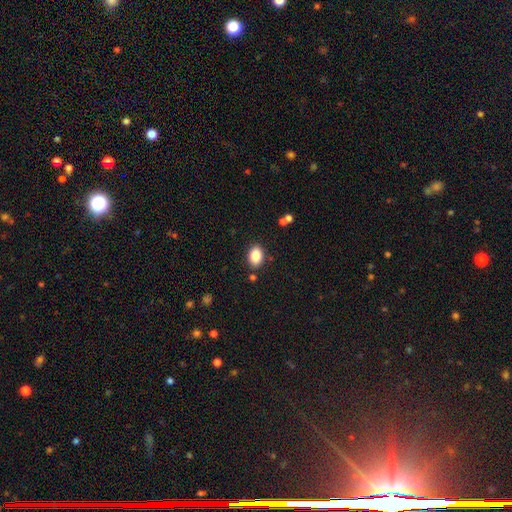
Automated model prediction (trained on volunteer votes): The model was most divided on "how rounded": in between: 78%, round: 21%, cigar-shaped: 1%. More confident: smooth or featured — smooth (86%); merging — none (85%).